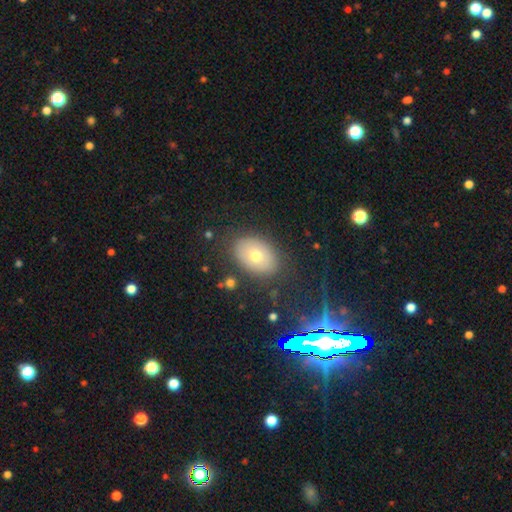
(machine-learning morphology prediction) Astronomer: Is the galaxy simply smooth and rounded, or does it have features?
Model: smooth — 60%.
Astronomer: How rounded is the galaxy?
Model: in between — 77%.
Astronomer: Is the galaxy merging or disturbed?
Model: none — 86%.